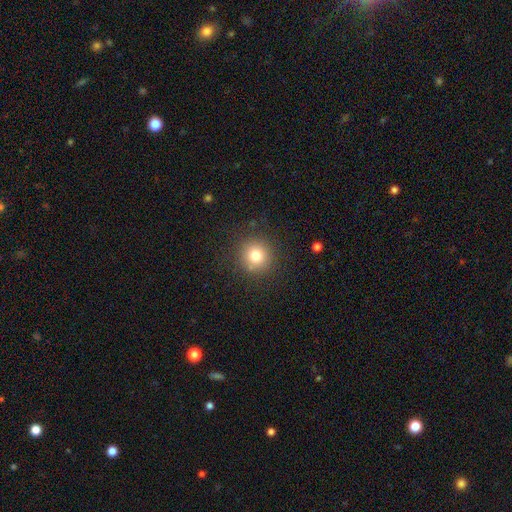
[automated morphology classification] Smooth or featured?
  - smooth: 78% *
  - star or artifact: 13%
  - featured or disk: 9%
How rounded?
  - round: 94% *
  - in between: 5%
  - cigar-shaped: 1%
Merging?
  - none: 87% *
  - minor disturbance: 8%
  - major disturbance: 3%
  - merger: 2%